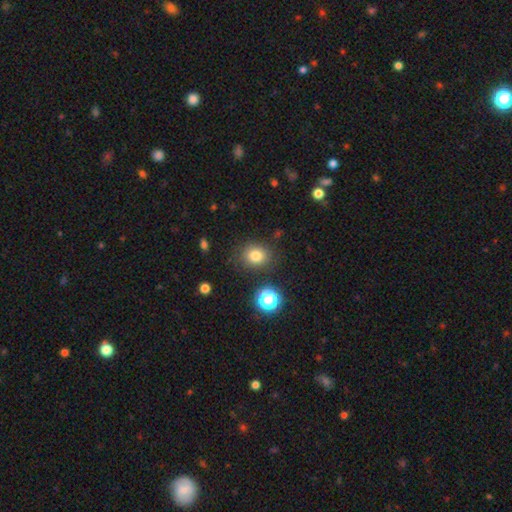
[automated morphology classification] The model was most divided on "how rounded": round: 69%, in between: 30%, cigar-shaped: 1%. More confident: merging — none (83%); smooth or featured — smooth (79%).